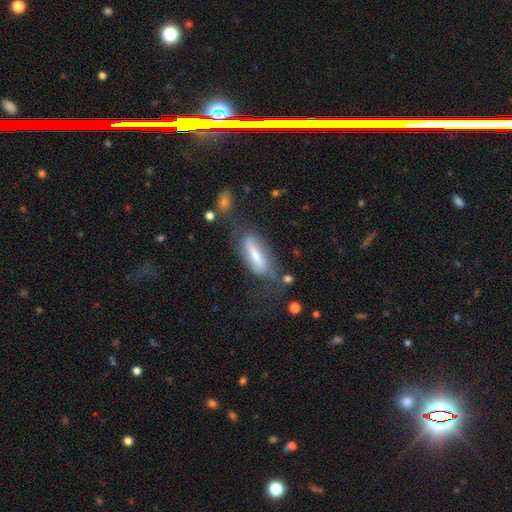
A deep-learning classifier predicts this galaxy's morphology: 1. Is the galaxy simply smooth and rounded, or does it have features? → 51% smooth, 42% featured or disk, 7% star or artifact.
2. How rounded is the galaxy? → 55% in between, 42% cigar-shaped, 3% round.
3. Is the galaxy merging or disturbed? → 44% none, 27% minor disturbance, 23% major disturbance, 6% merger.